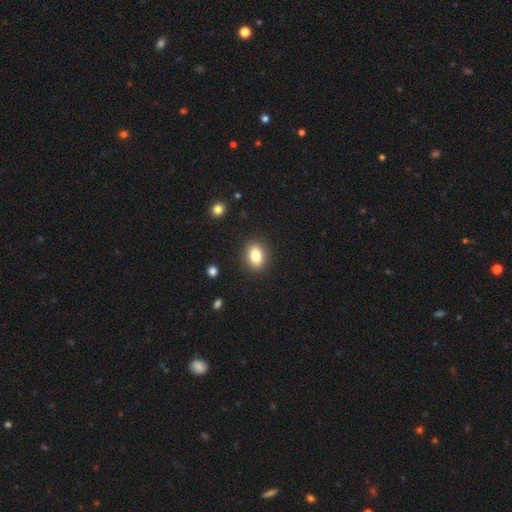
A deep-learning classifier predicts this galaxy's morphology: type=smooth (81%); roundness=in between (70%); merging=none (89%).